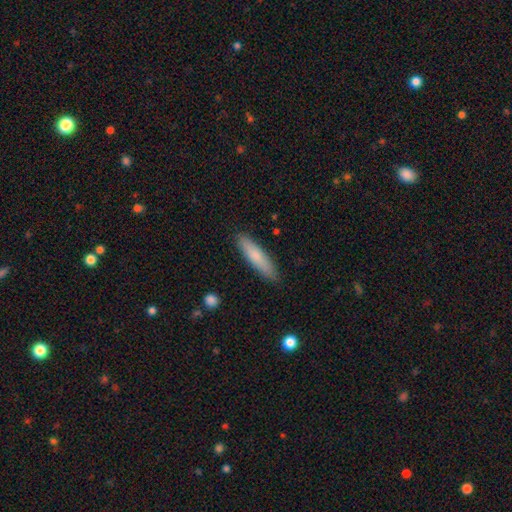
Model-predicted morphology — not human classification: smooth_or_featured: smooth (p=0.78) [alt: featured or disk p=0.16]
how_rounded: cigar-shaped (p=0.80) [alt: in between p=0.18]
merging: none (p=0.88) [alt: minor disturbance p=0.09]